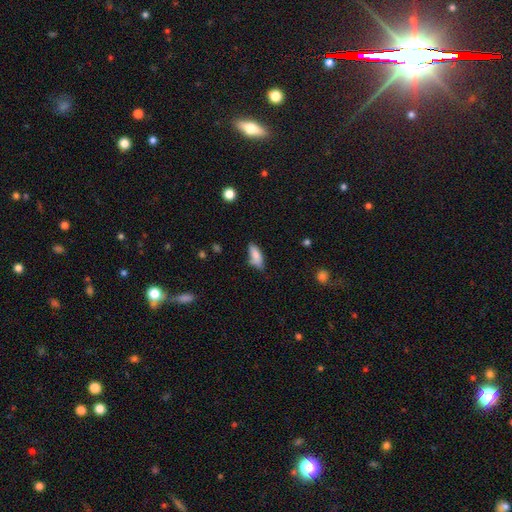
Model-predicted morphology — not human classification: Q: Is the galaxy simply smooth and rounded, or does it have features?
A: smooth — 81%.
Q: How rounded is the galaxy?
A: in between — 72%.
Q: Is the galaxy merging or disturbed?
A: none — 58%.